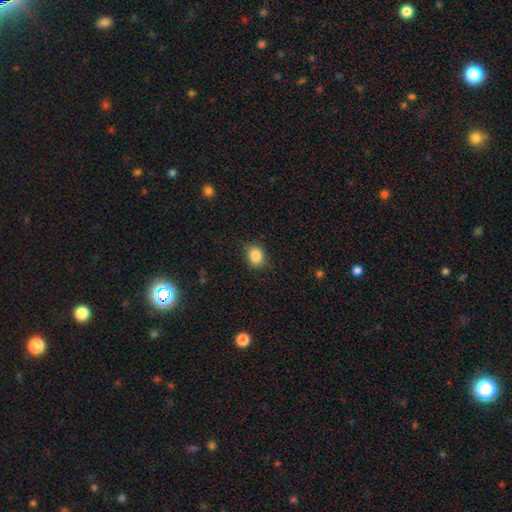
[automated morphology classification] smooth_or_featured: smooth (p=0.85) [alt: star or artifact p=0.10]
how_rounded: round (p=0.54) [alt: in between p=0.45]
merging: none (p=0.79) [alt: minor disturbance p=0.16]